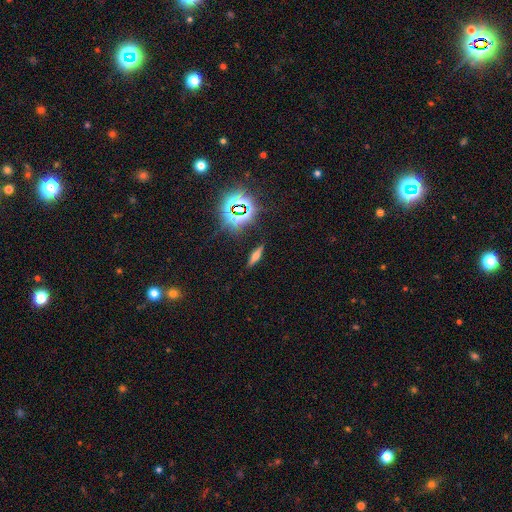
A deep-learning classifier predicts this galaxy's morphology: Smooth or featured: smooth — 41% (featured or disk — 31%)
Merging: none — 87% (minor disturbance — 9%)